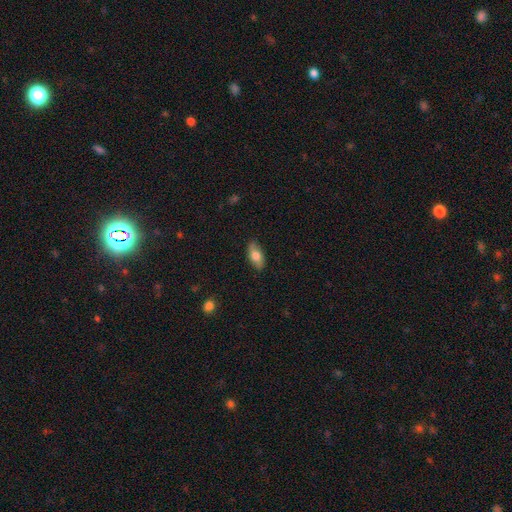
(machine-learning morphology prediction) Smooth or featured? smooth (74%)
How rounded? in between (86%)
Merging? none (85%)